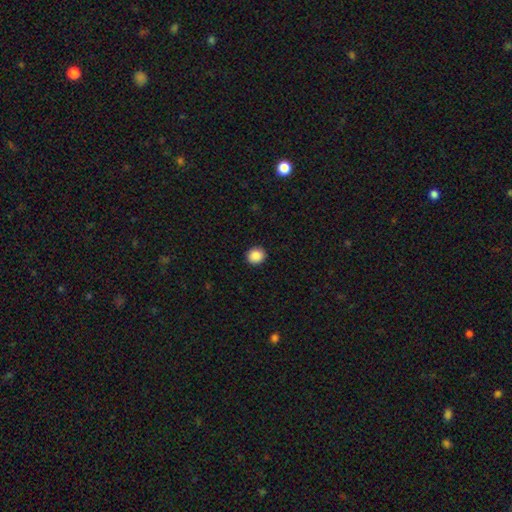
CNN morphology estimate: Smooth or featured?
  - smooth: 89% *
  - star or artifact: 9%
  - featured or disk: 2%
How rounded?
  - round: 88% *
  - in between: 11%
  - cigar-shaped: 1%
Merging?
  - none: 92% *
  - minor disturbance: 6%
  - major disturbance: 2%
  - merger: 1%